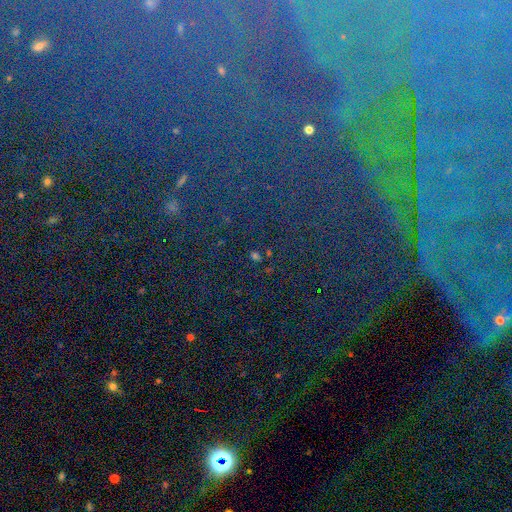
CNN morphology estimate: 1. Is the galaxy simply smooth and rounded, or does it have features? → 80% star or artifact, 11% smooth, 8% featured or disk.